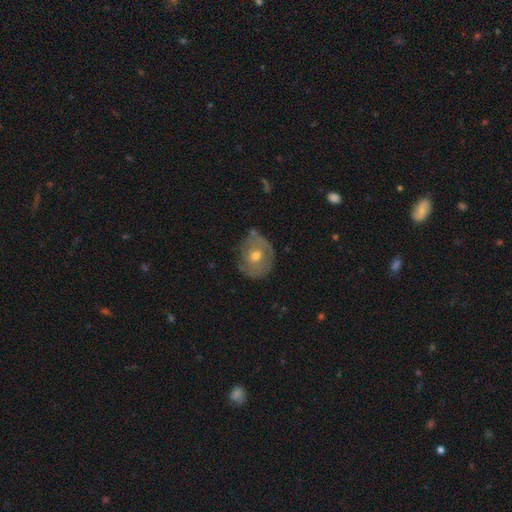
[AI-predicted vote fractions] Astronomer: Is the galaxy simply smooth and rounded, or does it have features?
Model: featured or disk — 55% (runner-up: smooth, 37%).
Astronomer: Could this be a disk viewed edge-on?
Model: no — 95%.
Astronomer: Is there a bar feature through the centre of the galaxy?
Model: no — 79%.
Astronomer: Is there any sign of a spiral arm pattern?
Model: no — 54% (runner-up: yes, 46%).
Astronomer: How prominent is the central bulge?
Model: moderate — 69%.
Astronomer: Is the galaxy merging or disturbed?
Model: none — 65%.